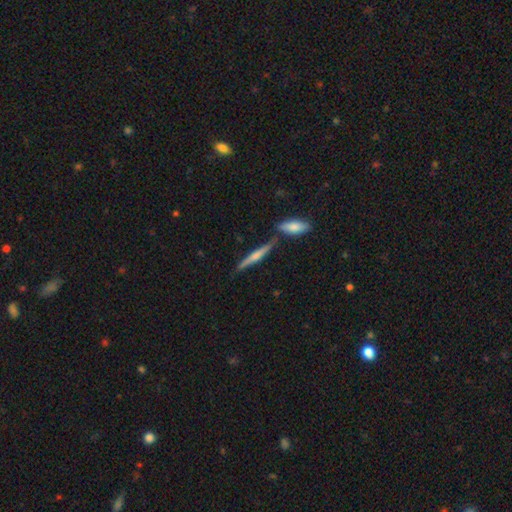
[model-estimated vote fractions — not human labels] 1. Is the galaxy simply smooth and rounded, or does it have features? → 50% featured or disk, 43% smooth, 6% star or artifact.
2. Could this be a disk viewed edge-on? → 96% yes, 4% no.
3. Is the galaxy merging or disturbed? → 72% none, 14% merger, 11% minor disturbance, 3% major disturbance.